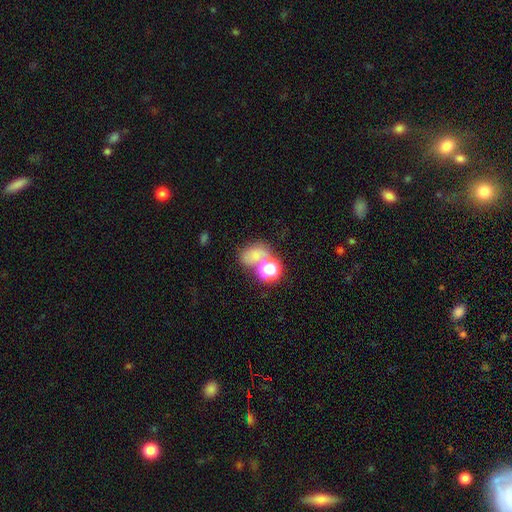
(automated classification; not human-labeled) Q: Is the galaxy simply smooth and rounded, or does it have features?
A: smooth — 64%.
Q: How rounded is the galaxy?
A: in between — 57%.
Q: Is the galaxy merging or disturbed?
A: none — 41%.